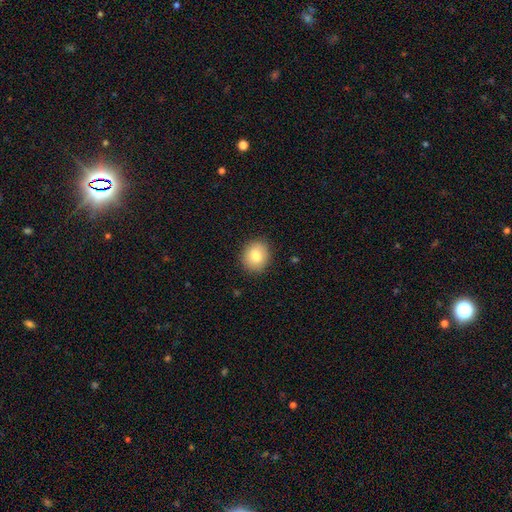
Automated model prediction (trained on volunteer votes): A smooth galaxy with no disk features (80%) that is round (78%). Merging: none (89%).